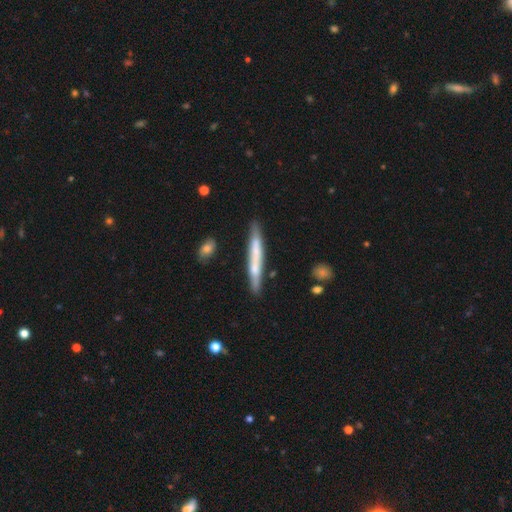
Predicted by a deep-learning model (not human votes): Smooth or featured?
  - smooth: 50% *
  - featured or disk: 44%
  - star or artifact: 6%
How rounded?
  - cigar-shaped: 96% *
  - in between: 3%
  - round: 1%
Merging?
  - none: 81% *
  - minor disturbance: 13%
  - merger: 3%
  - major disturbance: 2%